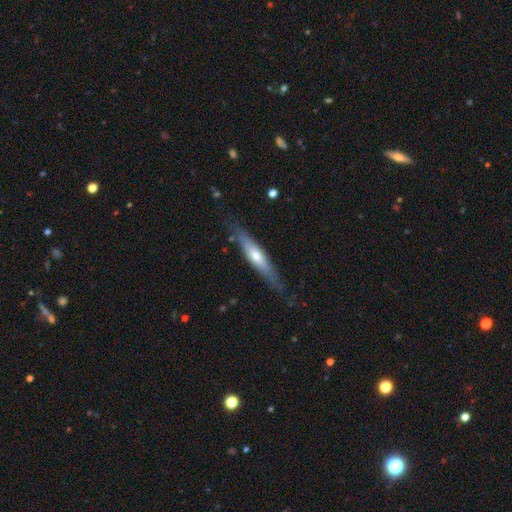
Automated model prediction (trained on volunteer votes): featured or disk 47% (tied), smooth 47% (tied), star or artifact 6%. Down the decision tree: merging — none (77%).